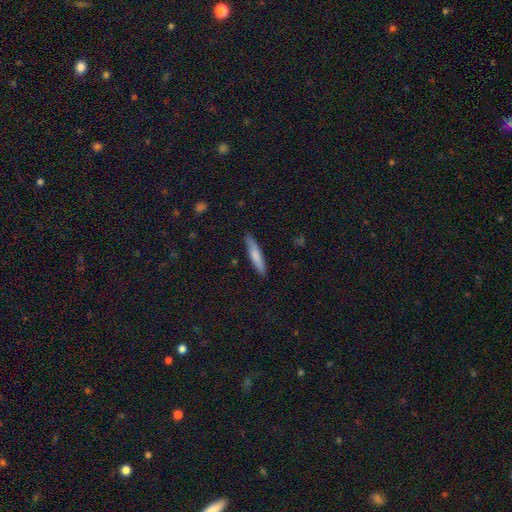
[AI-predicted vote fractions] Smooth or featured? Predicted: smooth (p=0.74). How rounded? Predicted: cigar-shaped (p=0.88). Merging? Predicted: none (p=0.88).